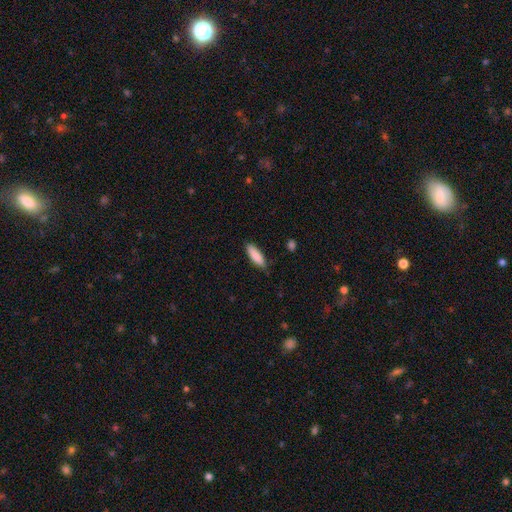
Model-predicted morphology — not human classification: smooth 87%, featured or disk 7%, star or artifact 6%. Down the decision tree: how rounded — in between (50%); merging — none (83%).